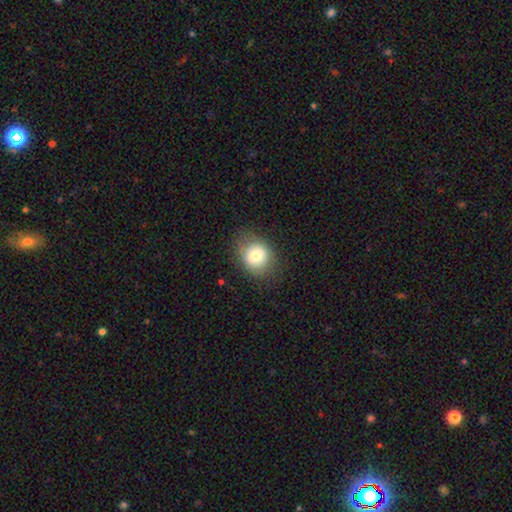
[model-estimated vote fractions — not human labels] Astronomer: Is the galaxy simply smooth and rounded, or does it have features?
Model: smooth — 75%.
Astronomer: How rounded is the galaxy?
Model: round — 68%.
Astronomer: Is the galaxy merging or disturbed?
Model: none — 78%.